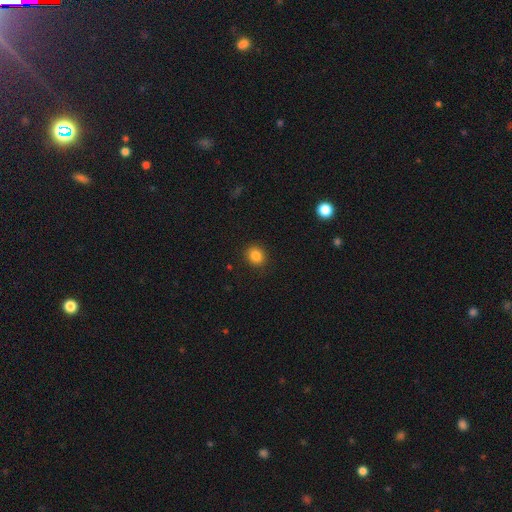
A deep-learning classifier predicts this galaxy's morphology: A smooth galaxy with no disk features (85%) that is round (72%). Merging: none (89%).